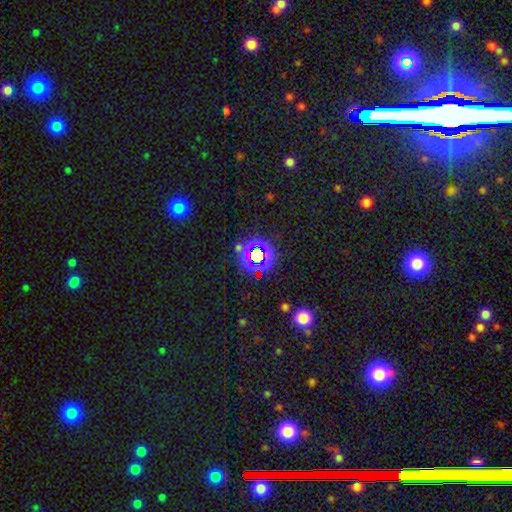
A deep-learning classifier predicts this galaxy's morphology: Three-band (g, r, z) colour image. It shows a star or artifact, not a galaxy (66%).